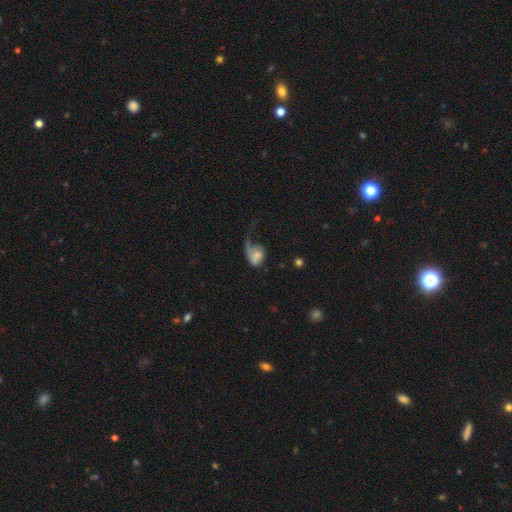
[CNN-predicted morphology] This is possibly a smooth galaxy (55%). How rounded: likely in between (71%). Merging: possibly major disturbance (59%).